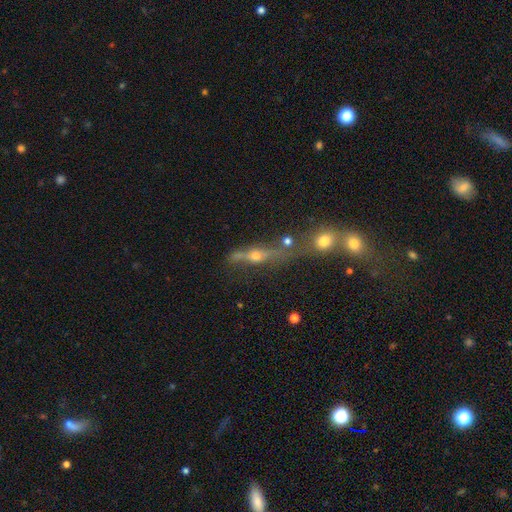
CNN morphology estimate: featured or disk 48%, smooth 29%, star or artifact 23%. Down the decision tree: merging — merger (49%).